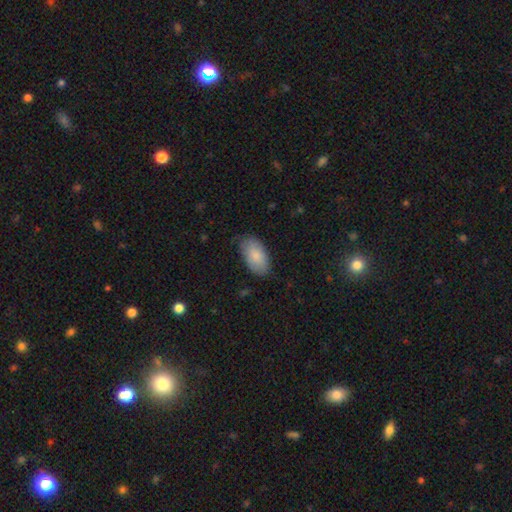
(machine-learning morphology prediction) smooth-or-featured: smooth: 85% | featured or disk: 9% | star or artifact: 6%
  how-rounded: in between: 95% | round: 3% | cigar-shaped: 2%
  merging: none: 77% | minor disturbance: 19% | major disturbance: 3% | merger: 1%